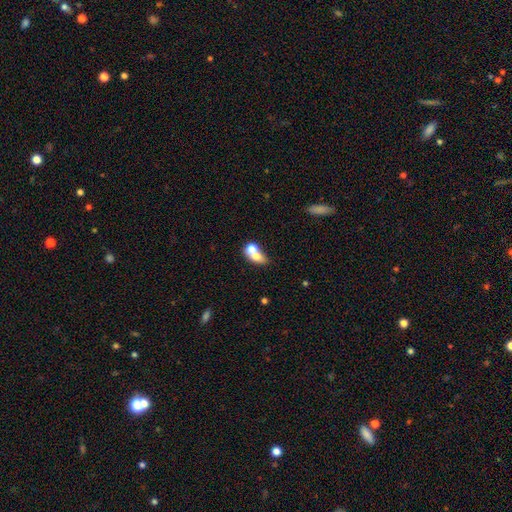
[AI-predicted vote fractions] Smooth or featured: smooth — 66% (featured or disk — 23%)
How rounded: in between — 59% (round — 37%)
Merging: merger — 63% (none — 24%)